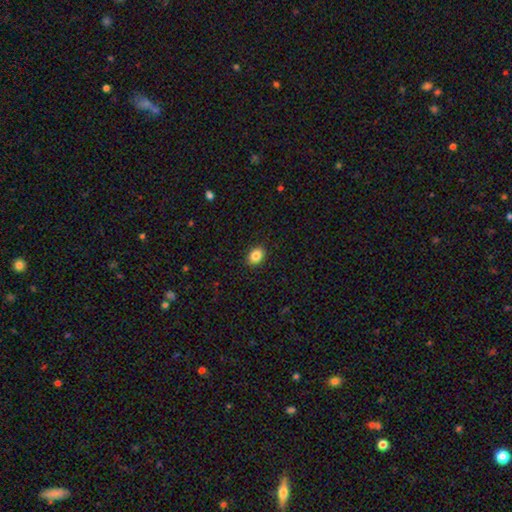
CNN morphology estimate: Smooth or featured?
  - smooth: 86% *
  - star or artifact: 9%
  - featured or disk: 5%
How rounded?
  - in between: 66% *
  - round: 33%
  - cigar-shaped: 1%
Merging?
  - none: 90% *
  - minor disturbance: 7%
  - major disturbance: 2%
  - merger: 1%